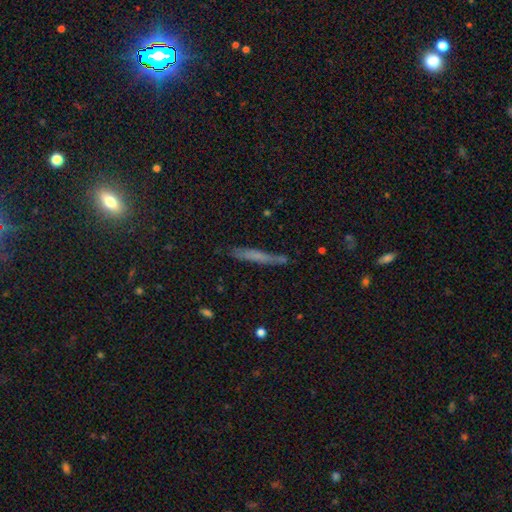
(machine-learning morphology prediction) Smooth or featured: smooth — 59% (featured or disk — 32%)
How rounded: cigar-shaped — 94% (in between — 4%)
Merging: none — 76% (minor disturbance — 17%)